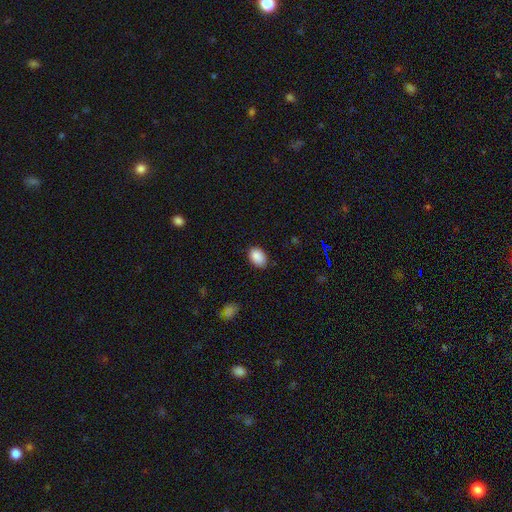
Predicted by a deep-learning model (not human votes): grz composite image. It shows a smooth galaxy with no disk features (89%) that is in between round and cigar-shaped (83%). Merging: none (84%).